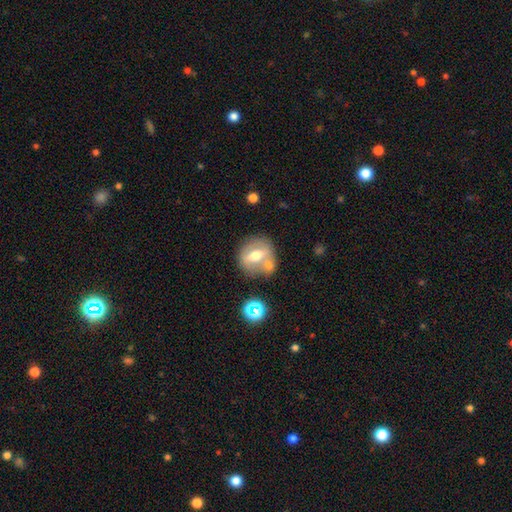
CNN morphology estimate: featured or disk 49%, smooth 41%, star or artifact 9%. Down the decision tree: merging — none (57%).